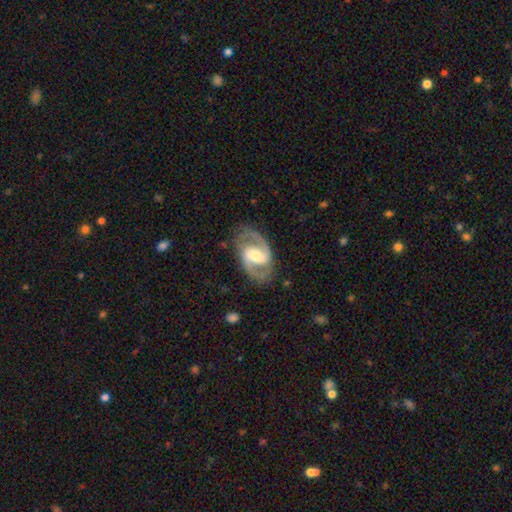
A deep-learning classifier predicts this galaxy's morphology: This is clearly a featured or disk galaxy (89%). It is clearly not viewed edge-on (97%). Bar: possibly weak (46%). Spiral arm pattern: clearly yes (97%). Spiral arm count: clearly 2 (93%). Spiral winding: likely medium (62%). Central bulge: possibly moderate (59%). Merging: clearly none (83%).